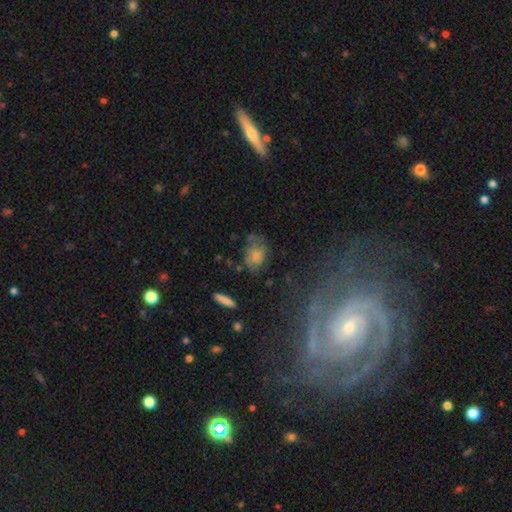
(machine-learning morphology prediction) A smooth galaxy with no disk features (54%) that is in between round and cigar-shaped (72%).

Vote fractions:
- Smooth or featured? smooth: 54% / featured or disk: 35% / star or artifact: 11%
- How rounded? in between: 72% / round: 25% / cigar-shaped: 3%
- Merging? none: 52% / minor disturbance: 27% / major disturbance: 17% / merger: 4%